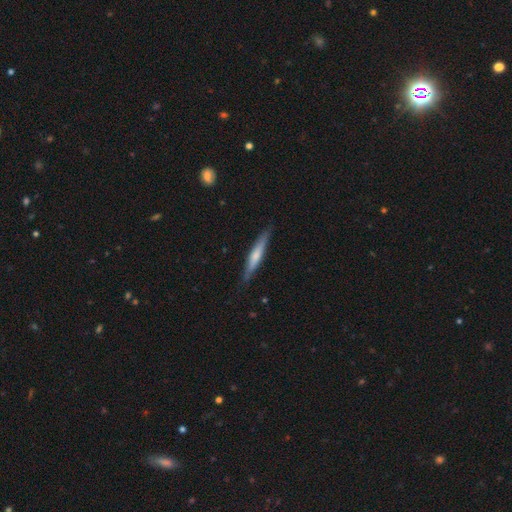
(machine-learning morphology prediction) smooth_or_featured: smooth (p=0.55) [alt: featured or disk p=0.39]
how_rounded: cigar-shaped (p=0.92) [alt: in between p=0.07]
merging: none (p=0.86) [alt: minor disturbance p=0.11]